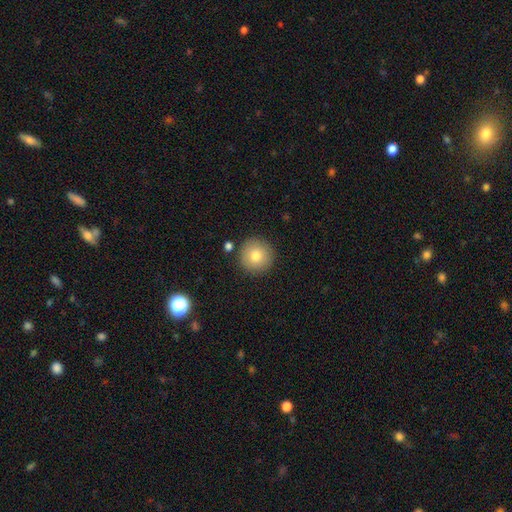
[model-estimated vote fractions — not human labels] Smooth or featured? smooth (79%)
How rounded? round (96%)
Merging? none (88%)